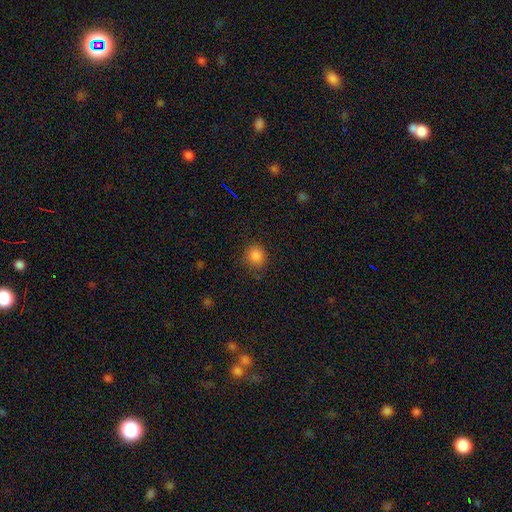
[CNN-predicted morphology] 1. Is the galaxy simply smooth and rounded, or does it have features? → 84% smooth, 12% star or artifact, 4% featured or disk.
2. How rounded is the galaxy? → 83% round, 16% in between, 1% cigar-shaped.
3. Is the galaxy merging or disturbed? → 83% none, 12% minor disturbance, 4% major disturbance, 1% merger.